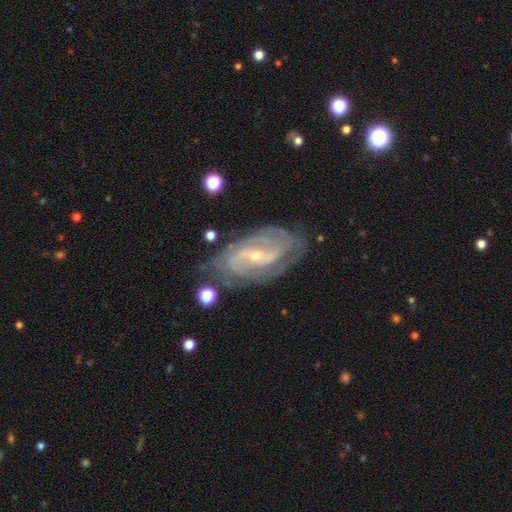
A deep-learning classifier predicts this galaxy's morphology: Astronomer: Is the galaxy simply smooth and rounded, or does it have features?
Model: featured or disk — 88%.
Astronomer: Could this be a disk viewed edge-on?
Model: no — 95%.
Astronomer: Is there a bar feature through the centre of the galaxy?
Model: weak — 40% (runner-up: no, 31%).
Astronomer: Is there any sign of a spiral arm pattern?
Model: yes — 96%.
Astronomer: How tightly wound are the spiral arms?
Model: tight — 54% (runner-up: medium, 37%).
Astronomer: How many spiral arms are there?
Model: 2 — 47%.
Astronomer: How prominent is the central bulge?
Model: small — 76%.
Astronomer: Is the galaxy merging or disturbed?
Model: none — 71%.